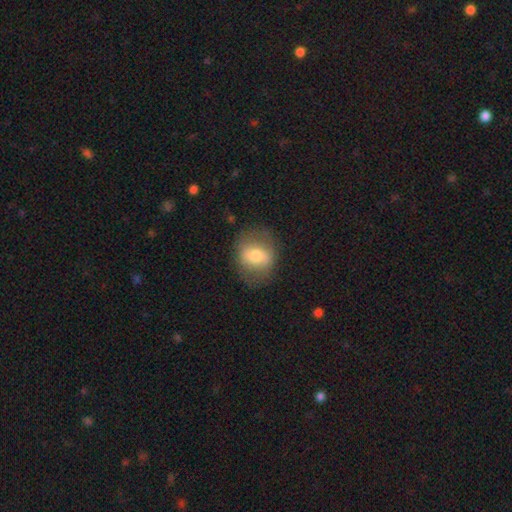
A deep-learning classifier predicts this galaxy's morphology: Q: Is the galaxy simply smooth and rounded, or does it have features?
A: smooth — 59%.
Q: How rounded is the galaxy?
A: round — 56%.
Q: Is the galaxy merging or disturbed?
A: none — 76%.